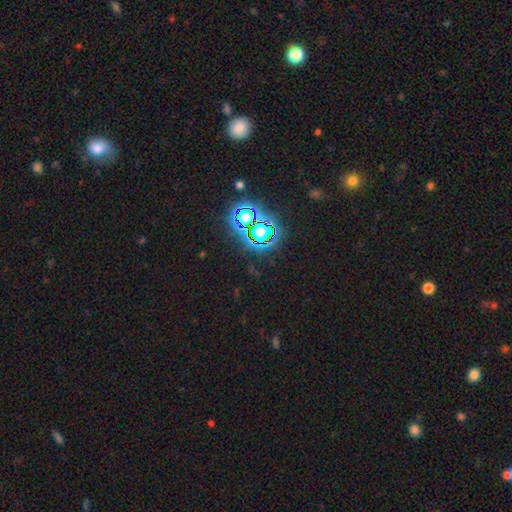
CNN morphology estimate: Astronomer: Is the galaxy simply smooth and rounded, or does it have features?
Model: star or artifact — 77%.